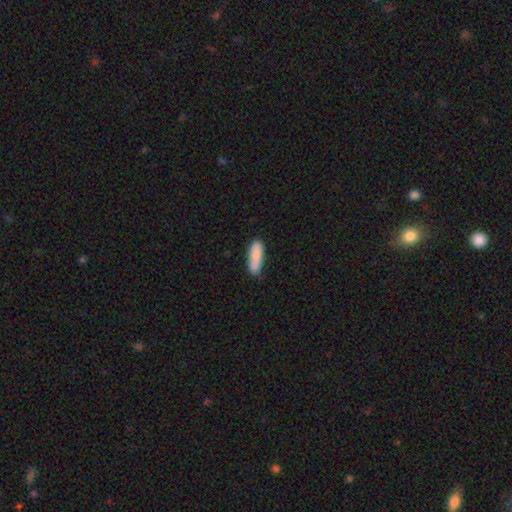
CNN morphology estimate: Smooth or featured? Predicted: smooth (p=0.88). How rounded? Predicted: cigar-shaped (p=0.51). Merging? Predicted: none (p=0.80).